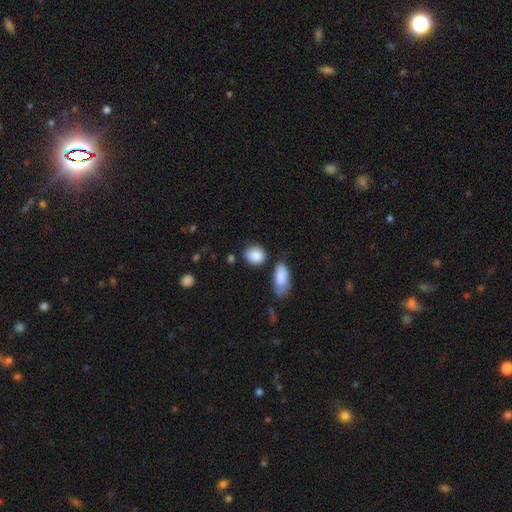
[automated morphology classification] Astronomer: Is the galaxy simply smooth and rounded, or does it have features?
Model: smooth — 87%.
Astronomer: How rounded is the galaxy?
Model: round — 58% (runner-up: in between, 40%).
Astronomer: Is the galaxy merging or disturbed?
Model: none — 69%.